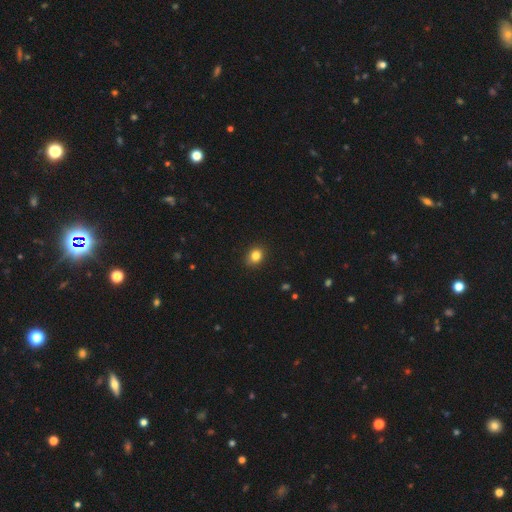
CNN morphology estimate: This is clearly a smooth galaxy (84%). How rounded: possibly round (55%). Merging: clearly none (88%).